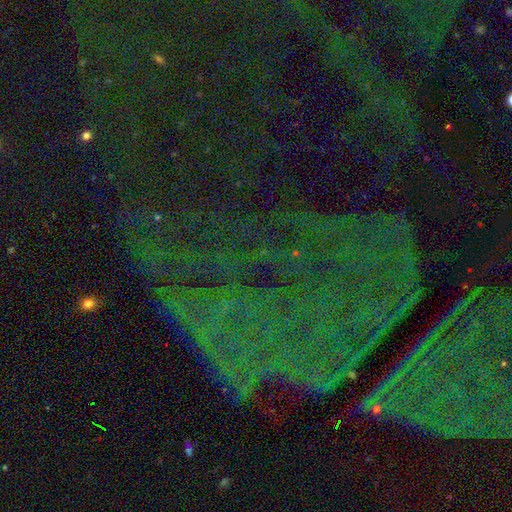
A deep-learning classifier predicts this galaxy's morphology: smooth_or_featured: star or artifact (p=0.83) [alt: featured or disk p=0.09]